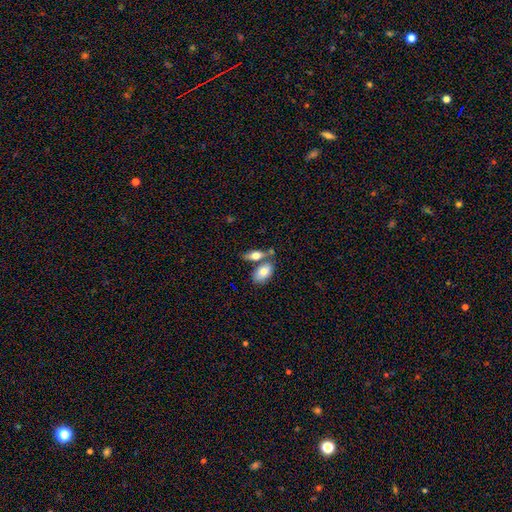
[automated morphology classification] Overall: smooth (71%). How rounded: in between (82%). Merging: none (48%; merger 38%).